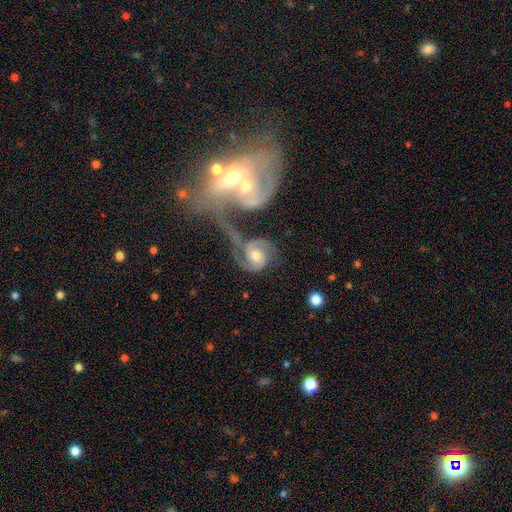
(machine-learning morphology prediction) featured or disk 88%, smooth 8%, star or artifact 4%. Down the decision tree: edge-on disk — no (98%); bar — no (53%); spiral arms — yes (97%); spiral arm count — 2 (89%); spiral winding — medium (47%); bulge size — moderate (70%); merging — merger (44%).